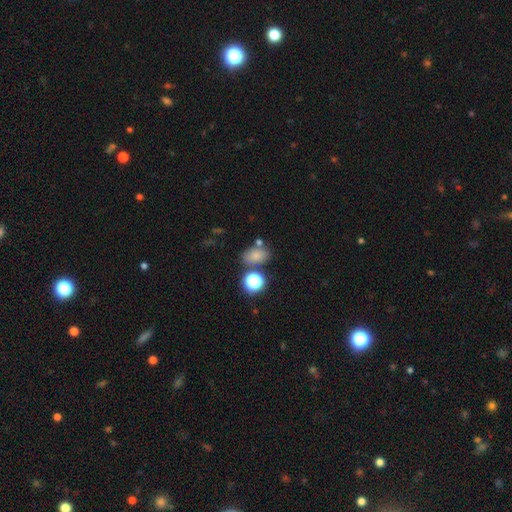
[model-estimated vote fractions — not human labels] A smooth galaxy with no disk features (75%) that is in between round and cigar-shaped (75%). Merging: none (65%).